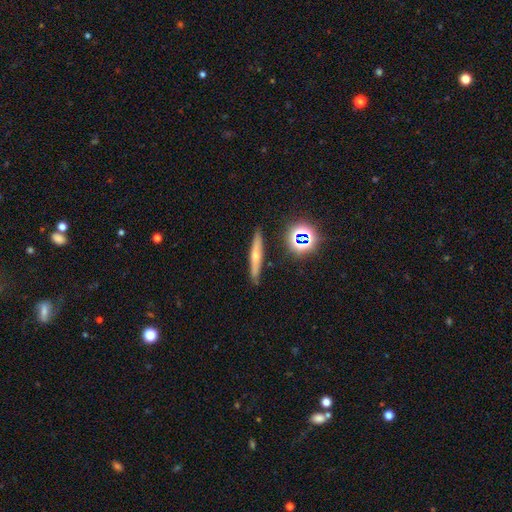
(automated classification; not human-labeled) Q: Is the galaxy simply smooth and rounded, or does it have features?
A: featured or disk — 51%.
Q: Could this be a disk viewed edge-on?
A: yes — 93%.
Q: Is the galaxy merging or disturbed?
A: none — 89%.